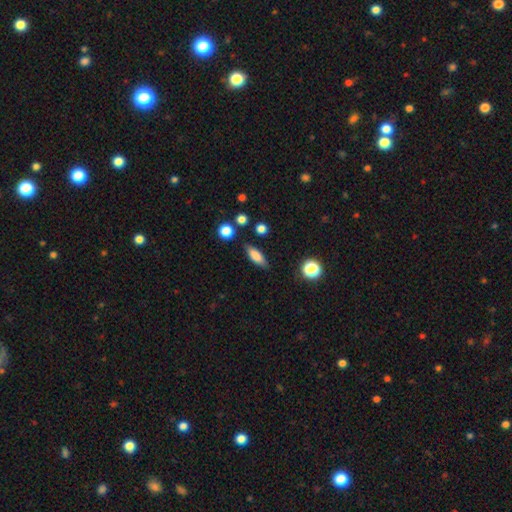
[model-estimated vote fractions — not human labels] Overall: smooth (78%). How rounded: in between (59%; cigar-shaped 37%). Merging: none (83%).